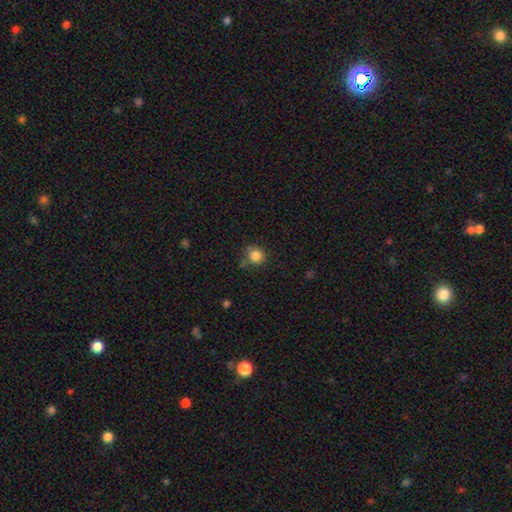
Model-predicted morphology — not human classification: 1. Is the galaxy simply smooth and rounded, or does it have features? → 83% smooth, 11% star or artifact, 5% featured or disk.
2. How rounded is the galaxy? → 84% round, 15% in between, 1% cigar-shaped.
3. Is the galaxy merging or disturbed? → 63% none, 23% minor disturbance, 7% major disturbance, 7% merger.